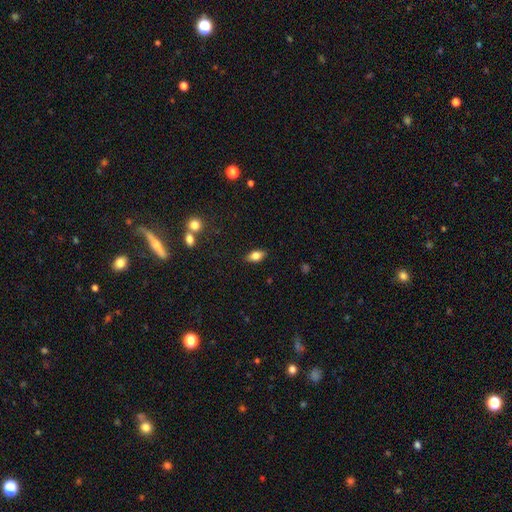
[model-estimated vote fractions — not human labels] Smooth or featured?
  - smooth: 75% *
  - featured or disk: 17%
  - star or artifact: 9%
How rounded?
  - in between: 86% *
  - cigar-shaped: 8%
  - round: 6%
Merging?
  - none: 86% *
  - minor disturbance: 10%
  - major disturbance: 2%
  - merger: 2%